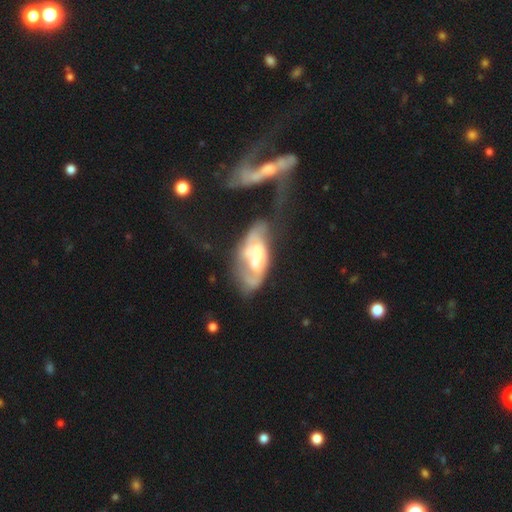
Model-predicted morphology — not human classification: smooth_or_featured: featured or disk (p=0.64) [alt: smooth p=0.29]
disk_edge_on: no (p=0.91) [alt: yes p=0.09]
bar: no (p=0.57) [alt: weak p=0.29]
has_spiral_arms: yes (p=0.60) [alt: no p=0.40]
bulge_size: moderate (p=0.33) [alt: large p=0.25]
merging: major disturbance (p=0.34) [alt: merger p=0.24]